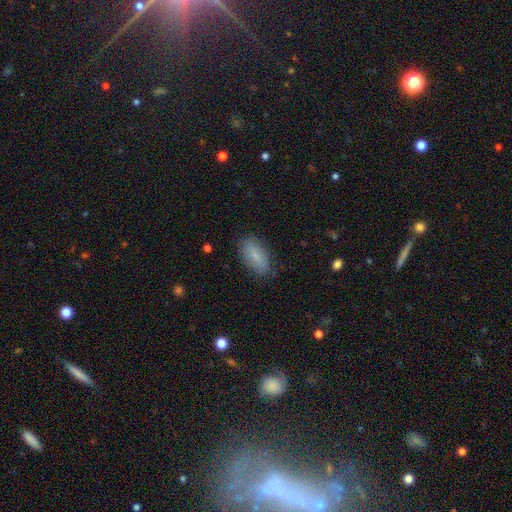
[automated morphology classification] smooth_or_featured: smooth (p=0.80) [alt: featured or disk p=0.13]
how_rounded: in between (p=0.85) [alt: cigar-shaped p=0.12]
merging: none (p=0.82) [alt: minor disturbance p=0.13]